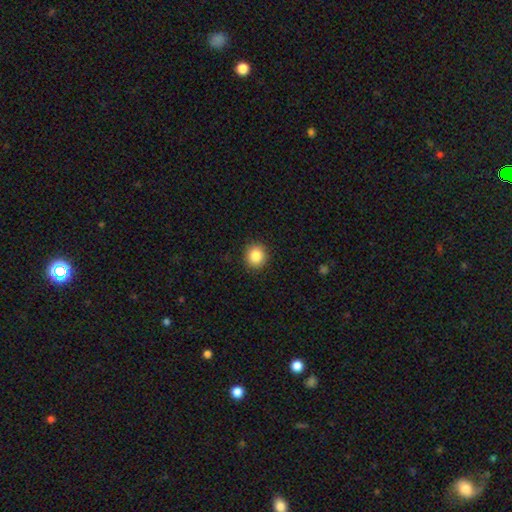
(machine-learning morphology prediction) Smooth or featured: smooth — 86% (star or artifact — 9%)
How rounded: round — 86% (in between — 13%)
Merging: none — 91% (minor disturbance — 6%)